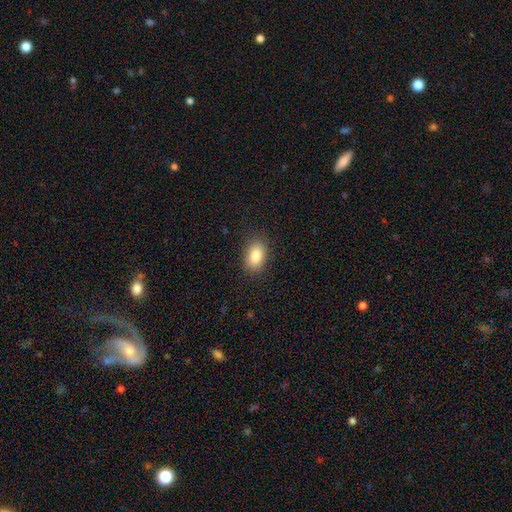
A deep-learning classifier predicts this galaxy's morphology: A smooth galaxy with no disk features (85%) that is in between round and cigar-shaped (87%).

Vote fractions:
- Smooth or featured? smooth: 85% / star or artifact: 8% / featured or disk: 7%
- How rounded? in between: 87% / round: 11% / cigar-shaped: 1%
- Merging? none: 87% / minor disturbance: 10% / major disturbance: 3% / merger: 1%